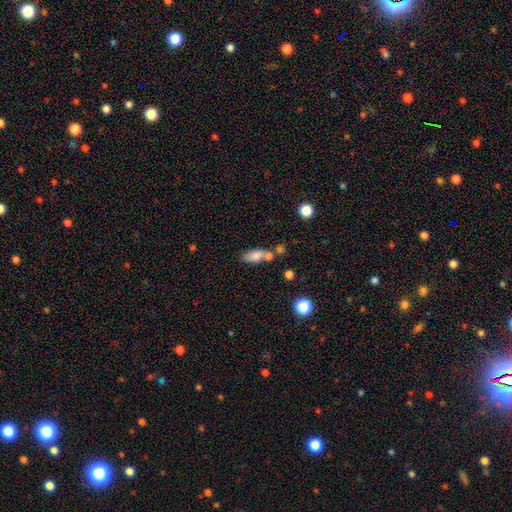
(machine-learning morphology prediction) This appears to be a smooth galaxy with no disk features (78%) that is in between round and cigar-shaped (78%). Merging: none (46%).